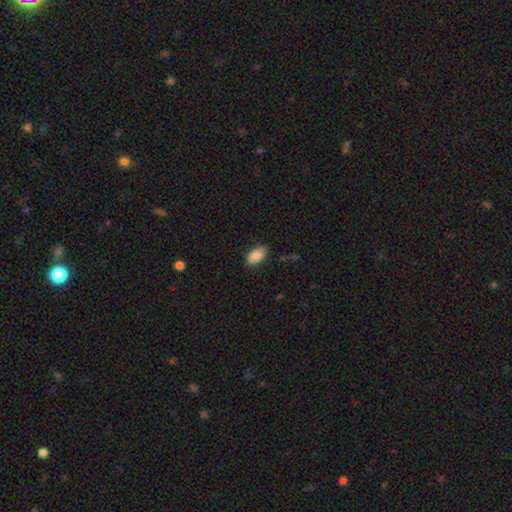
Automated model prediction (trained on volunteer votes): Overall: smooth (85%). How rounded: in between (93%). Merging: none (85%).